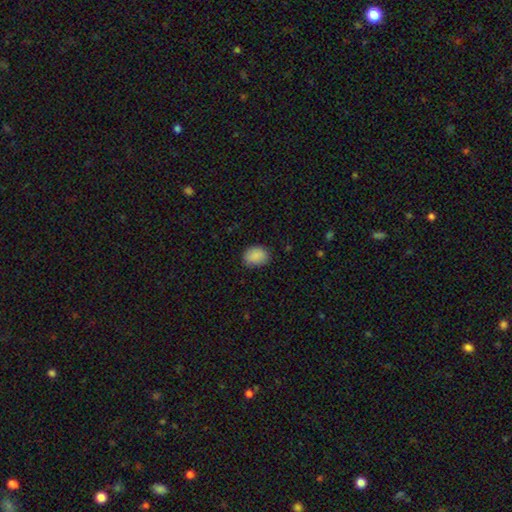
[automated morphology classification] Overall: smooth (88%). How rounded: in between (64%; round 35%). Merging: none (79%).